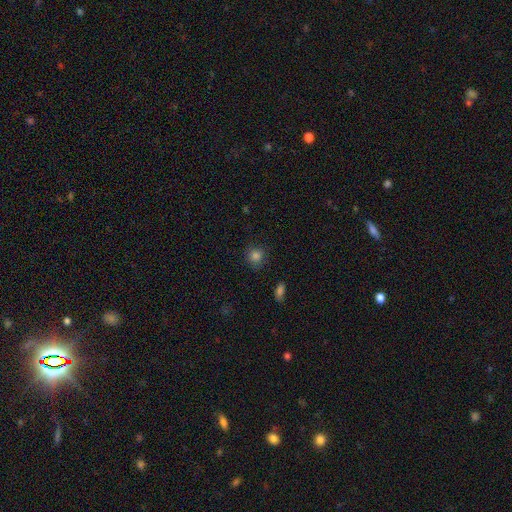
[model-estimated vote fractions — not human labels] Morphology: type=smooth (83%); roundness=round (89%); merging=none (85%).